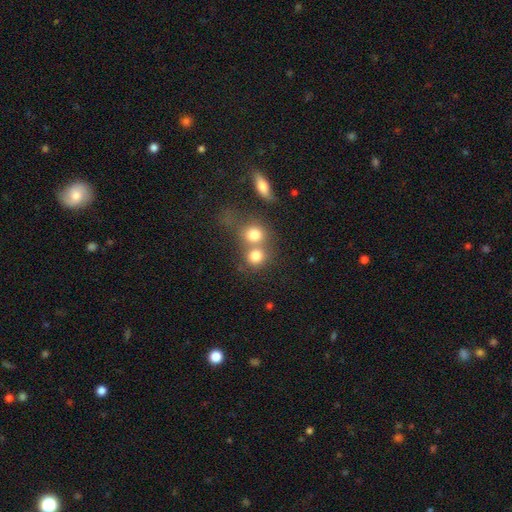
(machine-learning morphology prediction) This appears to be a smooth galaxy with no disk features (77%) that is round (80%). Merging: merger (51%).